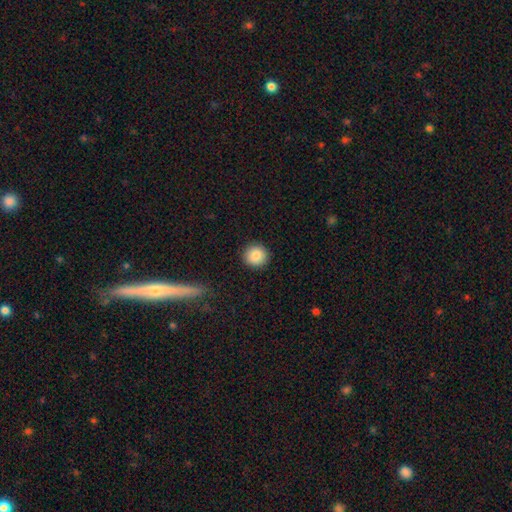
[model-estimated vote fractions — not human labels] A smooth galaxy with no disk features (87%) that is round (92%). Merging: none (91%).